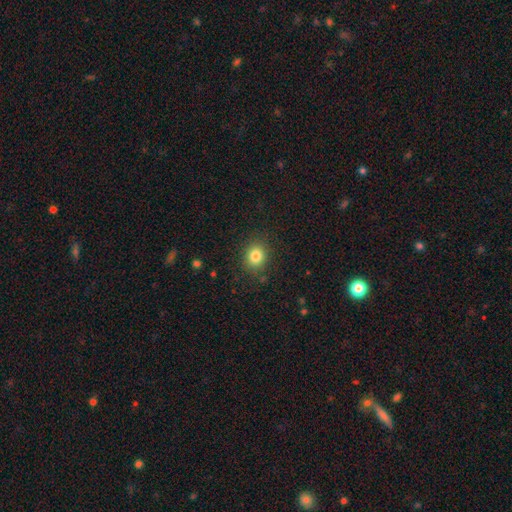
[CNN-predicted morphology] Smooth or featured: smooth — 83% (star or artifact — 11%)
How rounded: round — 66% (in between — 34%)
Merging: none — 86% (minor disturbance — 9%)